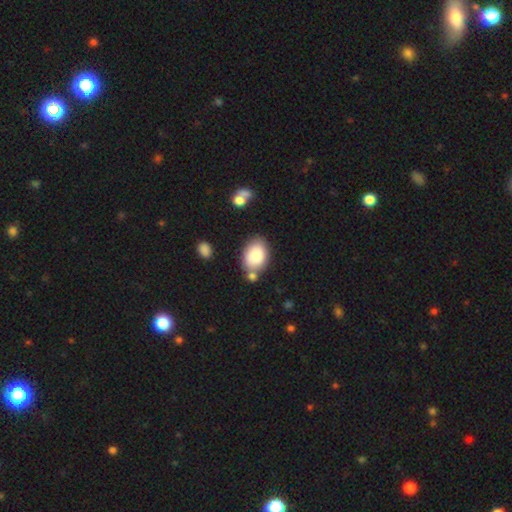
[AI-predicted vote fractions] Overall: smooth (85%). How rounded: in between (84%). Merging: none (66%).